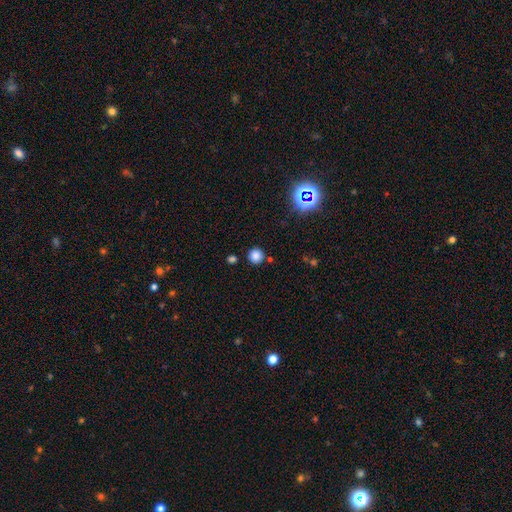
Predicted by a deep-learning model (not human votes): This appears to be a smooth galaxy with no disk features (81%) that is round (95%). Merging: none (86%).